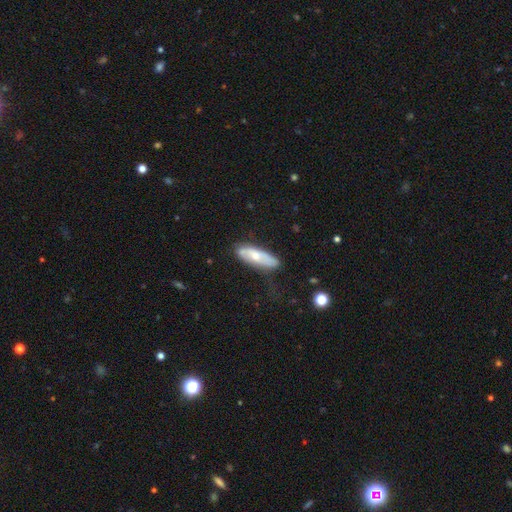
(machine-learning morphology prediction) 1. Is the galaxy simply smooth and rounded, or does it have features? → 52% smooth, 42% featured or disk, 6% star or artifact.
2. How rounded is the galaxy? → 54% in between, 44% cigar-shaped, 2% round.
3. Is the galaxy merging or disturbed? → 69% none, 22% minor disturbance, 6% major disturbance, 3% merger.